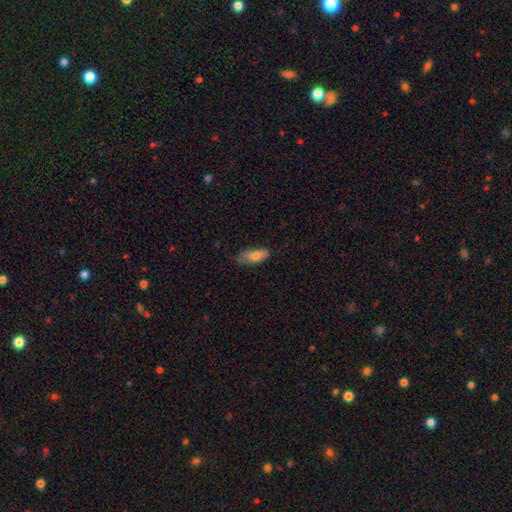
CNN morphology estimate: smooth_or_featured: smooth (p=0.76) [alt: featured or disk p=0.17]
how_rounded: in between (p=0.73) [alt: cigar-shaped p=0.25]
merging: none (p=0.53) [alt: minor disturbance p=0.34]